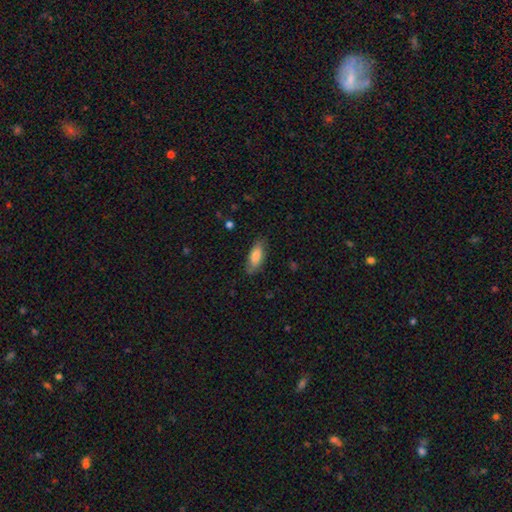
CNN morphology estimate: type=smooth (81%); roundness=in between (79%); merging=none (79%).